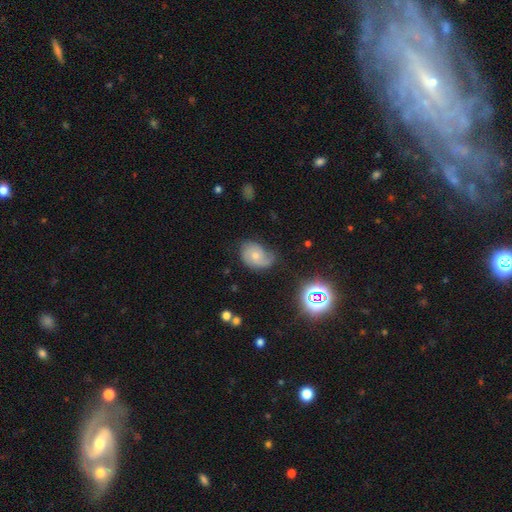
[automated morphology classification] type=featured or disk (48%); merging=none (45%).